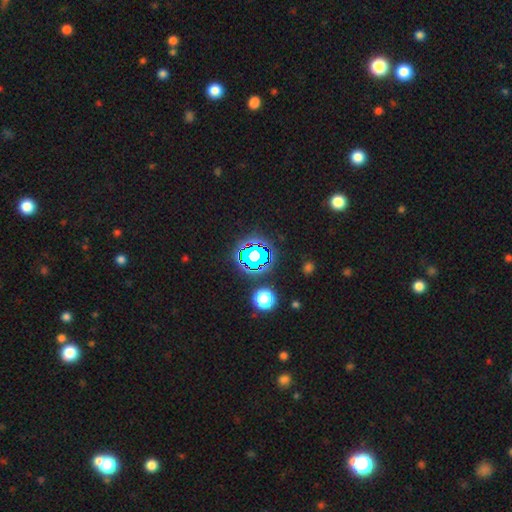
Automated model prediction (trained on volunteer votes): Smooth or featured: star or artifact — 80% (smooth — 13%)